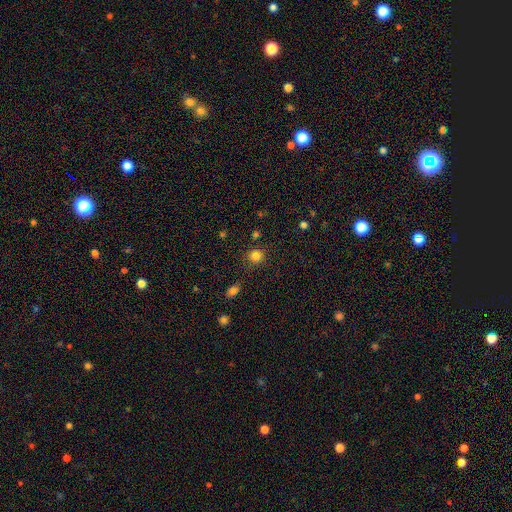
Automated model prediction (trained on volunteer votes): The model was most divided on "smooth or featured": smooth: 77%, star or artifact: 17%, featured or disk: 6%. More confident: how rounded — round (86%); merging — none (79%).